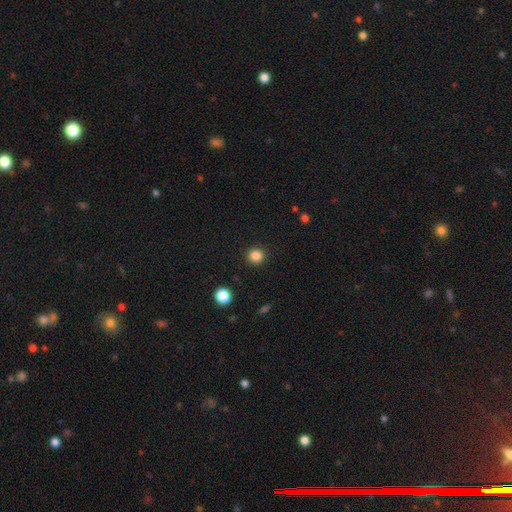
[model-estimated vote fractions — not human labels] This is clearly a smooth galaxy (85%). How rounded: clearly round (91%). Merging: clearly none (92%).